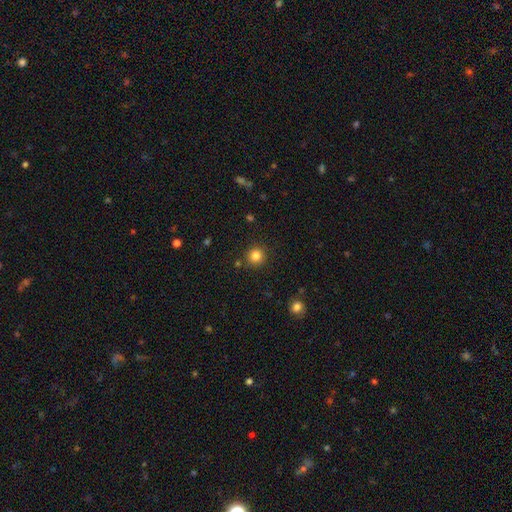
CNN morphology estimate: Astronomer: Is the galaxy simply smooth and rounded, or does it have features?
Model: smooth — 83%.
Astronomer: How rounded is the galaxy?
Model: round — 93%.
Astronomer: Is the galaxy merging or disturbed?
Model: none — 87%.